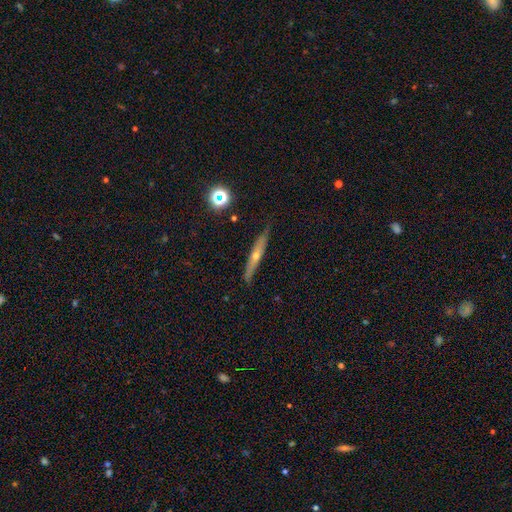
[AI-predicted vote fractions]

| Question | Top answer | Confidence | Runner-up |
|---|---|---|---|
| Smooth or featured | featured or disk | 60% | smooth (31%) |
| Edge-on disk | yes | 91% | no (9%) |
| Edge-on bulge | rounded | 80% | none (18%) |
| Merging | none | 83% | minor disturbance (14%) |